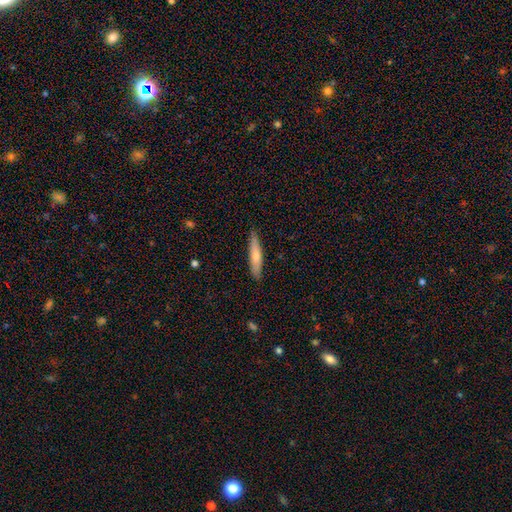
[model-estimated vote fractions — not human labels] A smooth galaxy with no disk features (67%) that is cigar-shaped (87%). Merging: none (86%).